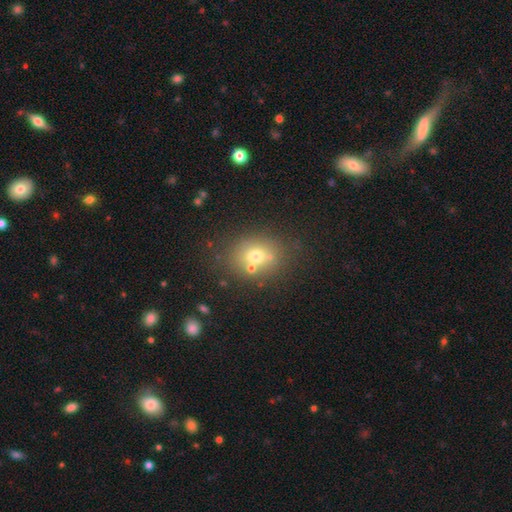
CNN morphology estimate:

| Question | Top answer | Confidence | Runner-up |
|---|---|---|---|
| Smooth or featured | smooth | 65% | featured or disk (18%) |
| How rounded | round | 56% | in between (43%) |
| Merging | none | 63% | merger (21%) |